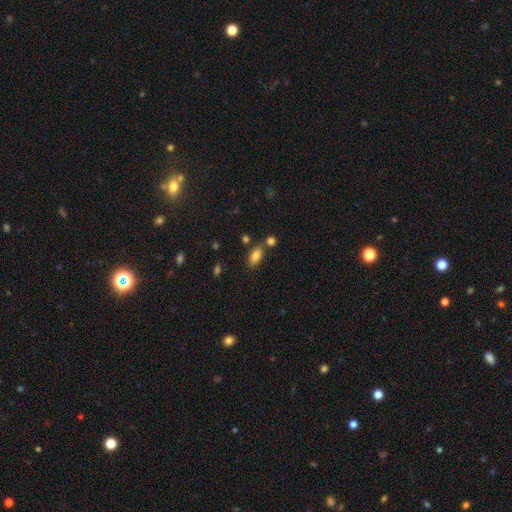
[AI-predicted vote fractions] Smooth or featured? smooth (82%)
How rounded? in between (88%)
Merging? none (71%)